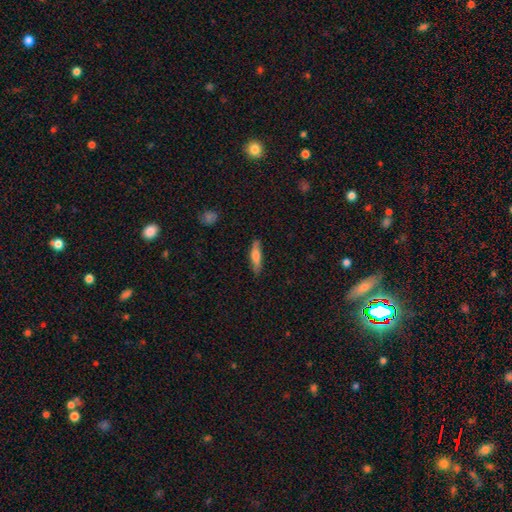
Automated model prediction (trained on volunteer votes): This is likely a smooth galaxy (64%). How rounded: likely cigar-shaped (74%). Merging: clearly none (83%).